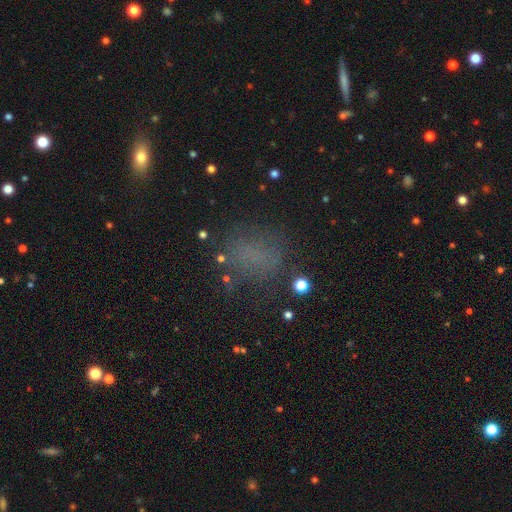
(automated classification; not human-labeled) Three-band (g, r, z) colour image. It shows a smooth galaxy with no disk features (61%) that is in between round and cigar-shaped (60%). Merging: none (69%).